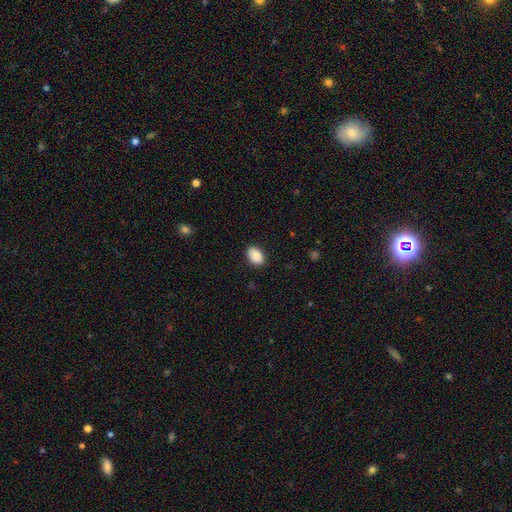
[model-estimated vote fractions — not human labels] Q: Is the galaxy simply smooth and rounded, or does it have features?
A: smooth — 89%.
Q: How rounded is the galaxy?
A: in between — 87%.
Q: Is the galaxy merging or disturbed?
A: none — 86%.